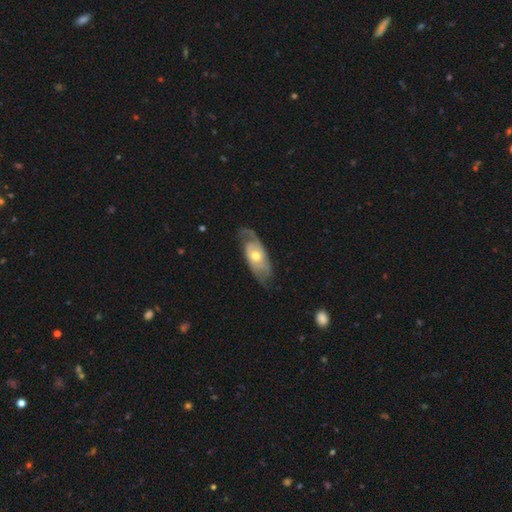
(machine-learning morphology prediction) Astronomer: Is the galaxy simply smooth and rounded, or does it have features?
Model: featured or disk — 74%.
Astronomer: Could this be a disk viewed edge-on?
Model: no — 88%.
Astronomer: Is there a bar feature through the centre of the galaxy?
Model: no — 74%.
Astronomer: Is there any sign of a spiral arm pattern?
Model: yes — 83%.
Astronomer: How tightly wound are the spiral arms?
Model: tight — 41% (runner-up: medium, 38%).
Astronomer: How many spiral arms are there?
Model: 2 — 52%.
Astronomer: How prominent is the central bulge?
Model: moderate — 71%.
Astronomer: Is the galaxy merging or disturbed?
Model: none — 61%.